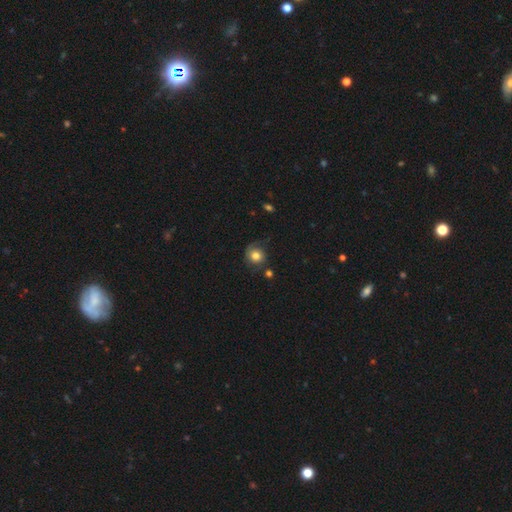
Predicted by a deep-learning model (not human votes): smooth-or-featured: smooth: 71% | featured or disk: 20% | star or artifact: 9%
  how-rounded: round: 84% | in between: 15% | cigar-shaped: 1%
  merging: none: 58% | minor disturbance: 23% | major disturbance: 14% | merger: 5%